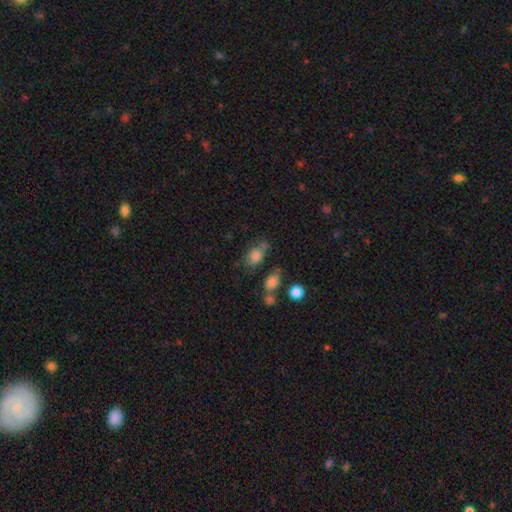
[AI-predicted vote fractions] smooth-or-featured: smooth: 78% | star or artifact: 12% | featured or disk: 10%
  how-rounded: in between: 72% | round: 26% | cigar-shaped: 2%
  merging: none: 53% | minor disturbance: 21% | merger: 16% | major disturbance: 10%